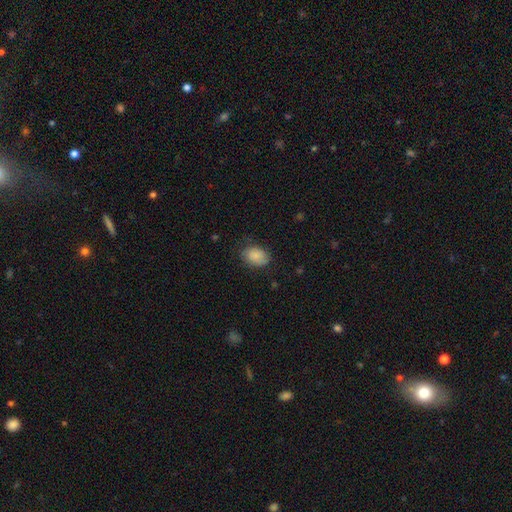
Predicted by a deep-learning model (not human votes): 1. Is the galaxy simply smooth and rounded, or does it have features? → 82% smooth, 11% featured or disk, 7% star or artifact.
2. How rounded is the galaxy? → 76% in between, 23% round, 1% cigar-shaped.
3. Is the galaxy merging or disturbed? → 71% none, 22% minor disturbance, 6% major disturbance, 1% merger.